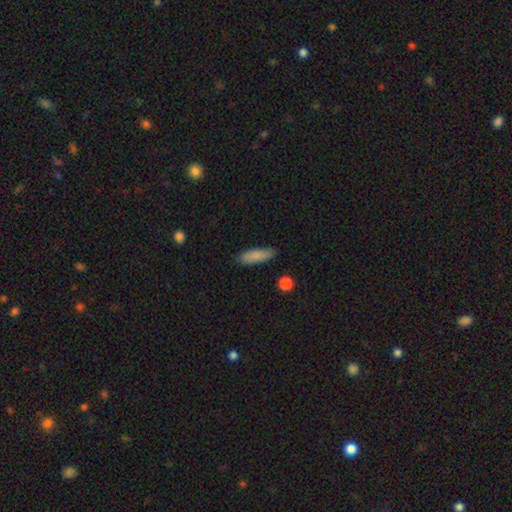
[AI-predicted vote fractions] The model was most divided on "how rounded": cigar-shaped: 60%, in between: 38%, round: 2%. More confident: merging — none (86%); smooth or featured — smooth (85%).